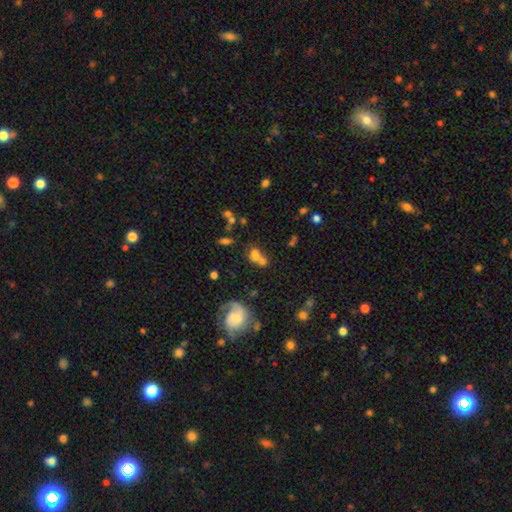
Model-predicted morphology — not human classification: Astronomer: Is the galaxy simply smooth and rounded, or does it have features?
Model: smooth — 62%.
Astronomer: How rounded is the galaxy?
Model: in between — 52% (runner-up: round, 45%).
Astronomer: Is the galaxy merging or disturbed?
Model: merger — 44% (runner-up: none, 36%).